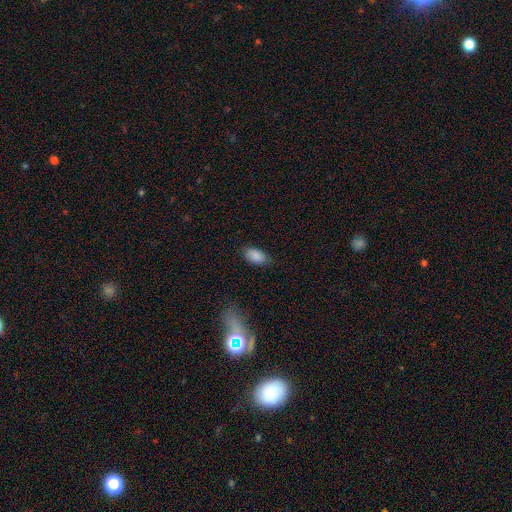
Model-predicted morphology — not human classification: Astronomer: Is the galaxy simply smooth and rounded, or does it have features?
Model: smooth — 88%.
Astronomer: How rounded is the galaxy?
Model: in between — 93%.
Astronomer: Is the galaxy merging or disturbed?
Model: none — 80%.